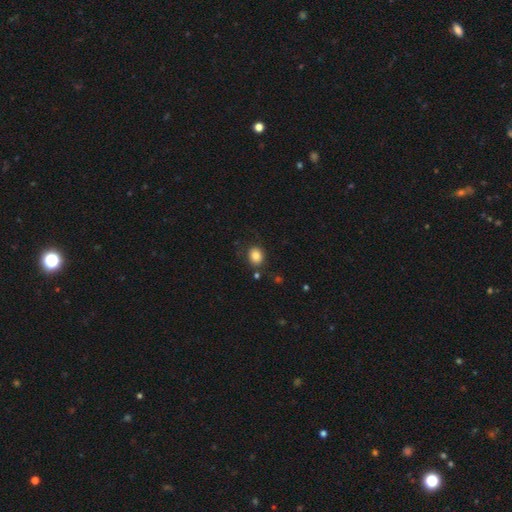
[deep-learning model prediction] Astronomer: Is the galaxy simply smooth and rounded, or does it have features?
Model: smooth — 84%.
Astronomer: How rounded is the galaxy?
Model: round — 52% (runner-up: in between, 47%).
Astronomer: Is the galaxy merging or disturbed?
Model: none — 81%.